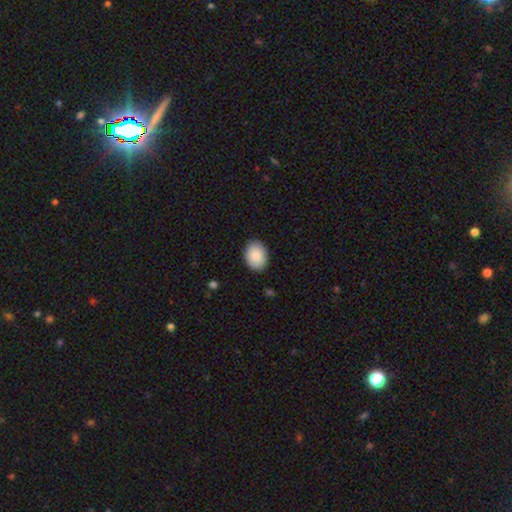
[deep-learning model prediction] Smooth or featured? smooth (89%)
How rounded? in between (70%)
Merging? none (89%)